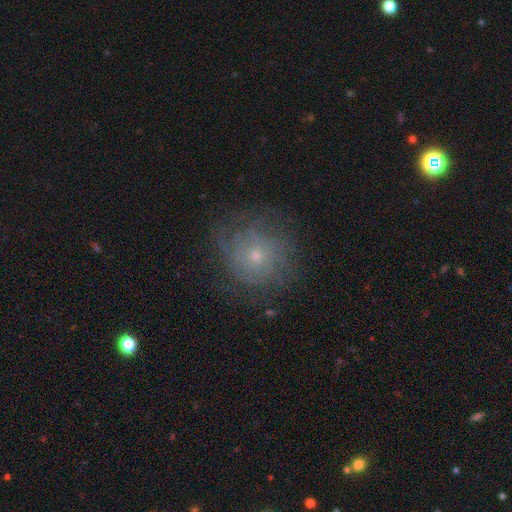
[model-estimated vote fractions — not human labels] featured or disk 53%, smooth 34%, star or artifact 14%. Down the decision tree: edge-on disk — no (97%); bar — no (86%); spiral arms — yes (69%); bulge size — small (76%); merging — none (71%).